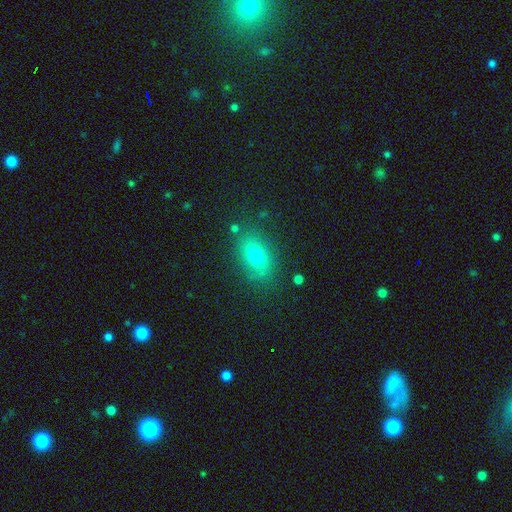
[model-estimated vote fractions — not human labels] A smooth galaxy with no disk features (74%) that is in between round and cigar-shaped (83%).

Vote fractions:
- Smooth or featured? smooth: 74% / featured or disk: 13% / star or artifact: 13%
- How rounded? in between: 83% / round: 12% / cigar-shaped: 6%
- Merging? none: 81% / minor disturbance: 13% / major disturbance: 4% / merger: 3%